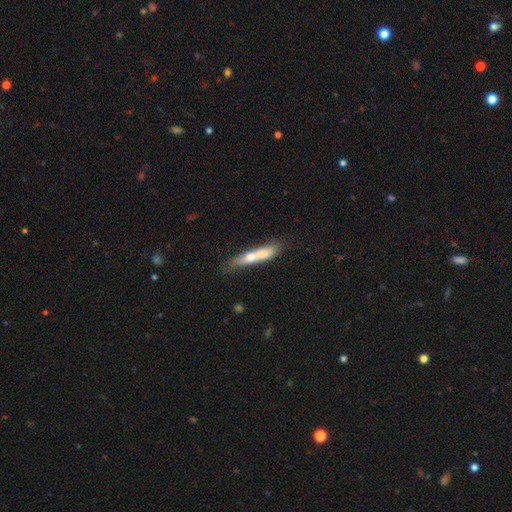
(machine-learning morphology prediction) Q: Smooth or featured?
A: smooth (55%); runner-up: featured or disk (38%)
Q: How rounded?
A: cigar-shaped (79%); runner-up: in between (18%)
Q: Merging?
A: merger (39%); runner-up: none (38%)